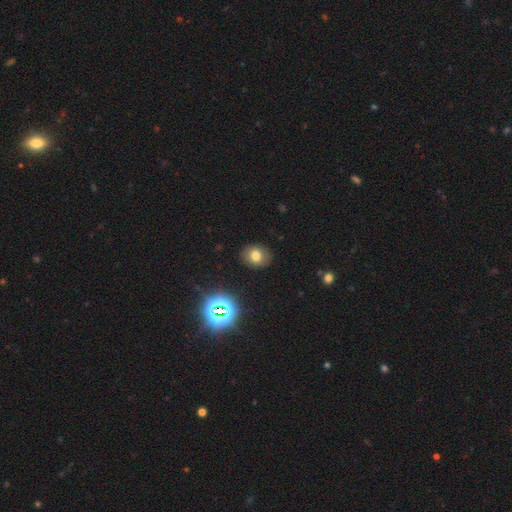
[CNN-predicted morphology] Overall: smooth (72%). How rounded: round (53%; in between 46%). Merging: none (87%).